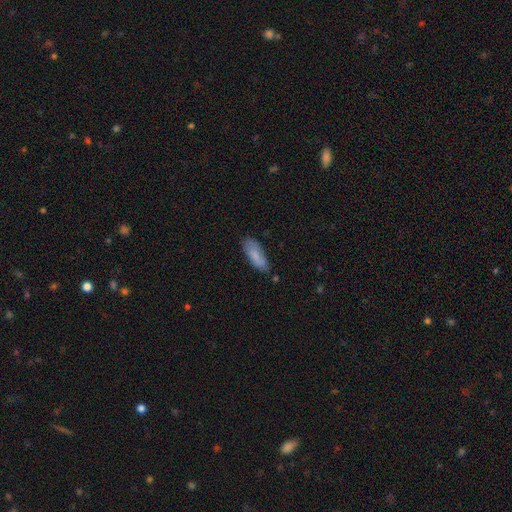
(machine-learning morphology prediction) Smooth or featured? Predicted: smooth (p=0.82). How rounded? Predicted: in between (p=0.69). Merging? Predicted: none (p=0.73).